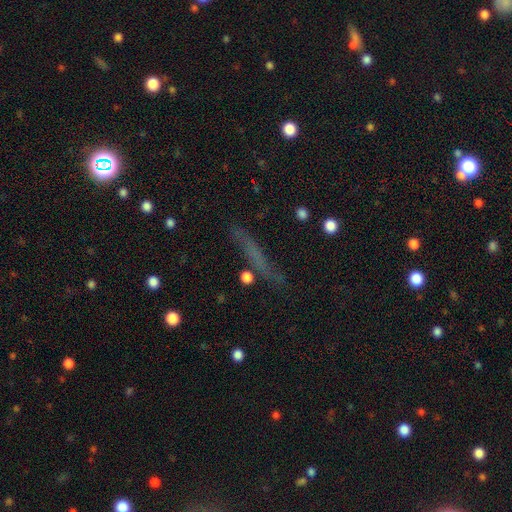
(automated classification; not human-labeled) The model was most divided on "smooth or featured": smooth: 44%, featured or disk: 37%, star or artifact: 19%. More confident: merging — none (79%).